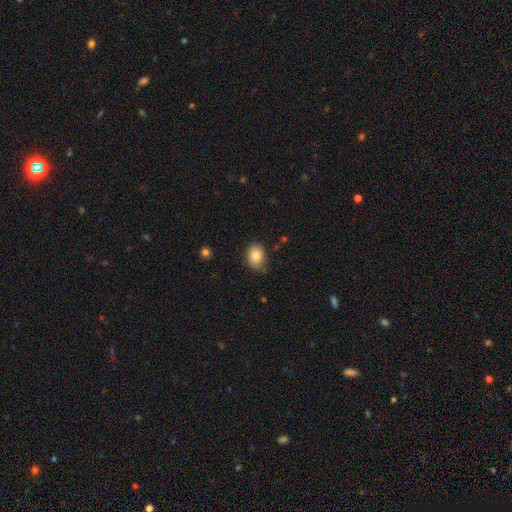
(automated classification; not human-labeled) Morphology: type=smooth (85%); roundness=in between (69%); merging=none (81%).